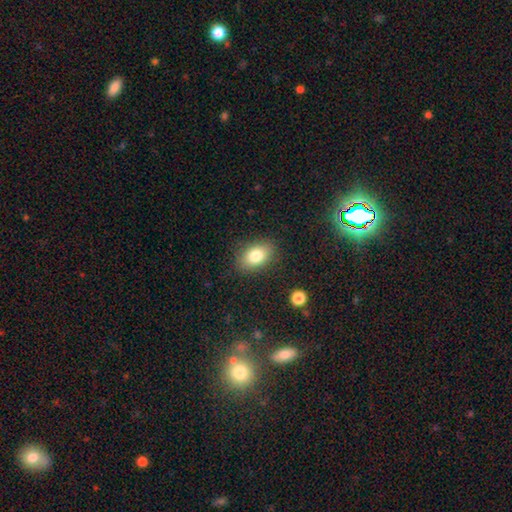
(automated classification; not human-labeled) Overall: smooth (81%). How rounded: in between (86%). Merging: none (86%).